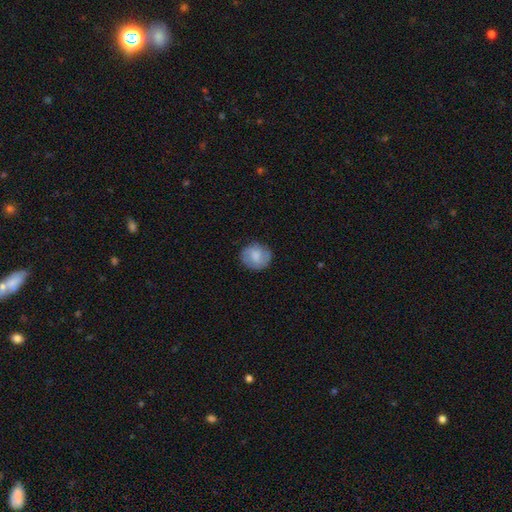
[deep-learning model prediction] Smooth or featured? smooth (65%)
How rounded? round (81%)
Merging? none (79%)